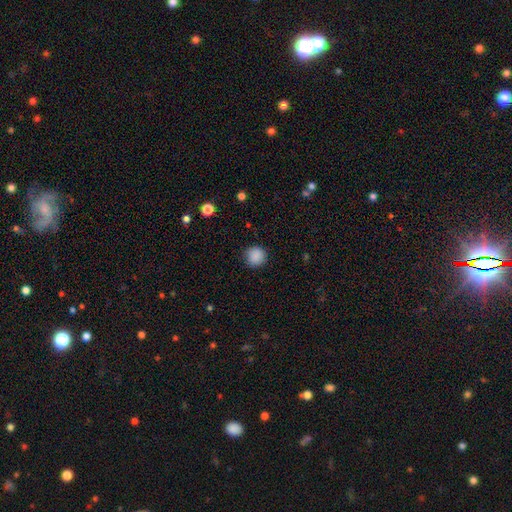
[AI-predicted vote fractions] Smooth or featured?
  - smooth: 88% *
  - star or artifact: 9%
  - featured or disk: 3%
How rounded?
  - round: 94% *
  - in between: 5%
  - cigar-shaped: 1%
Merging?
  - none: 89% *
  - minor disturbance: 8%
  - major disturbance: 2%
  - merger: 1%